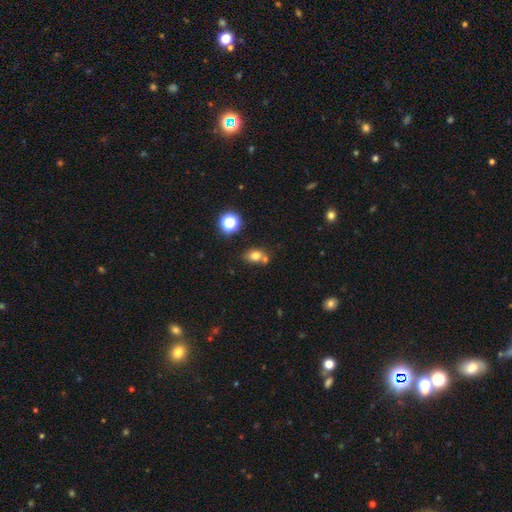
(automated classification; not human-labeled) smooth 75%, star or artifact 14%, featured or disk 11%. Down the decision tree: how rounded — in between (59%); merging — none (55%).